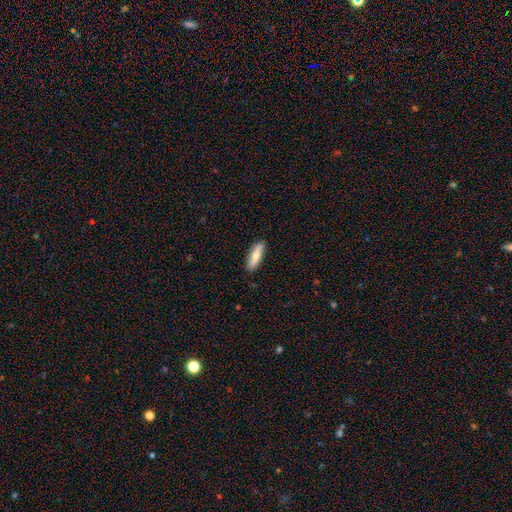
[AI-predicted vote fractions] Q: Smooth or featured?
A: smooth (68%); runner-up: featured or disk (26%)
Q: How rounded?
A: cigar-shaped (63%); runner-up: in between (35%)
Q: Merging?
A: none (88%); runner-up: minor disturbance (9%)